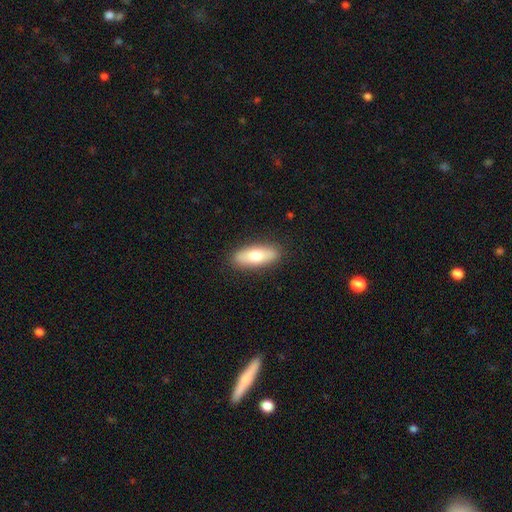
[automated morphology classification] A smooth galaxy with no disk features (70%) that is in between round and cigar-shaped (65%).

Vote fractions:
- Smooth or featured? smooth: 70% / featured or disk: 24% / star or artifact: 6%
- How rounded? in between: 65% / cigar-shaped: 33% / round: 3%
- Merging? none: 89% / minor disturbance: 8% / major disturbance: 2% / merger: 1%